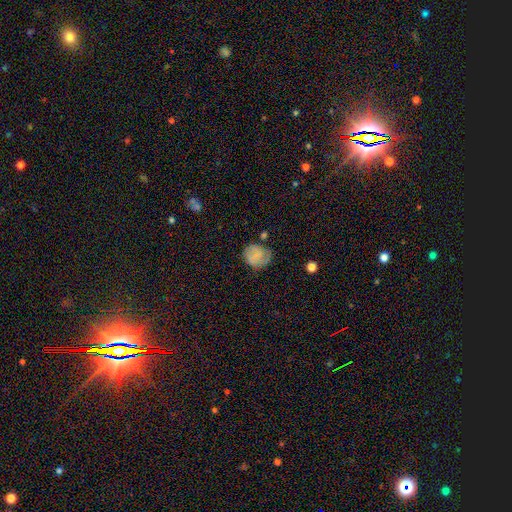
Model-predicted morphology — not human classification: This is likely a smooth galaxy (71%). How rounded: likely round (78%). Merging: likely none (60%).